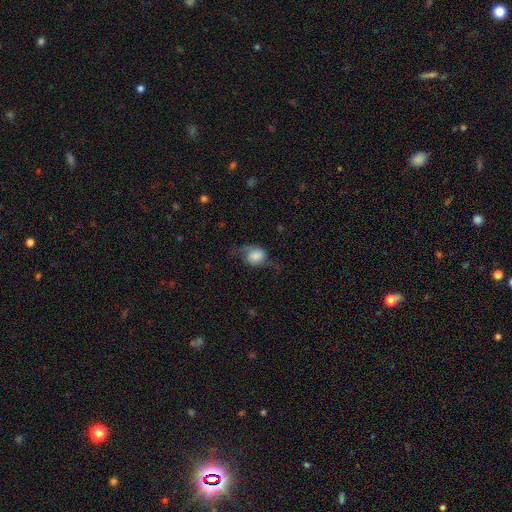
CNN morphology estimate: Q: Smooth or featured?
A: smooth (49%); runner-up: featured or disk (43%)
Q: Merging?
A: none (47%); runner-up: major disturbance (26%)